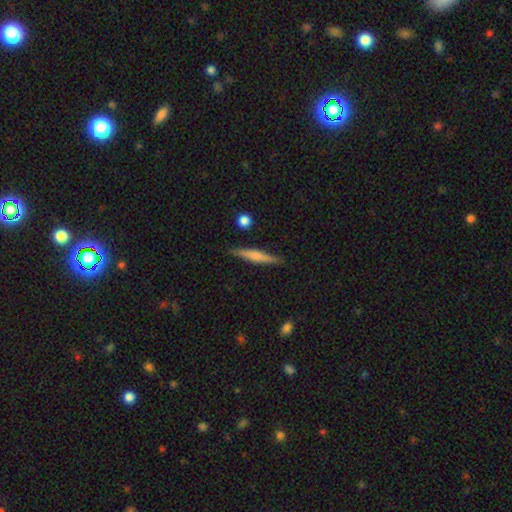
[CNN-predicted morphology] Overall: smooth (53%; featured or disk 41%). How rounded: cigar-shaped (92%). Merging: none (88%).